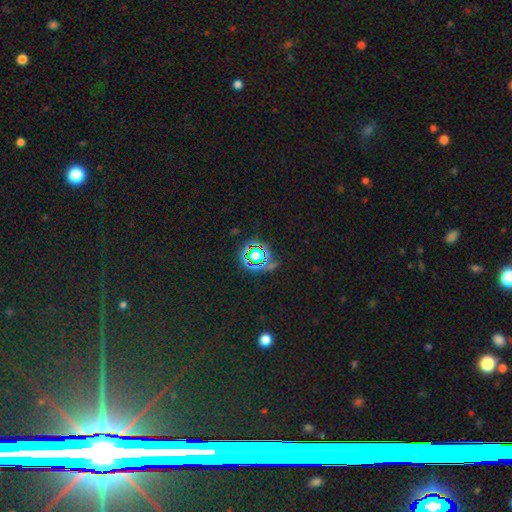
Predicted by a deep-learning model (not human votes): The model was most divided on "smooth or featured": star or artifact: 65%, smooth: 24%, featured or disk: 11%.